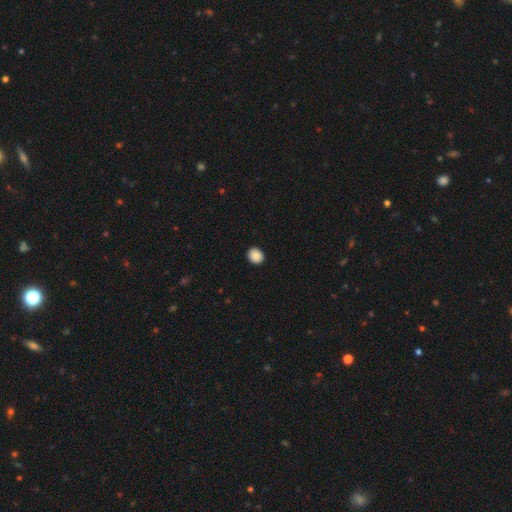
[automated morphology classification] A smooth galaxy with no disk features (89%) that is round (75%). Merging: none (92%).